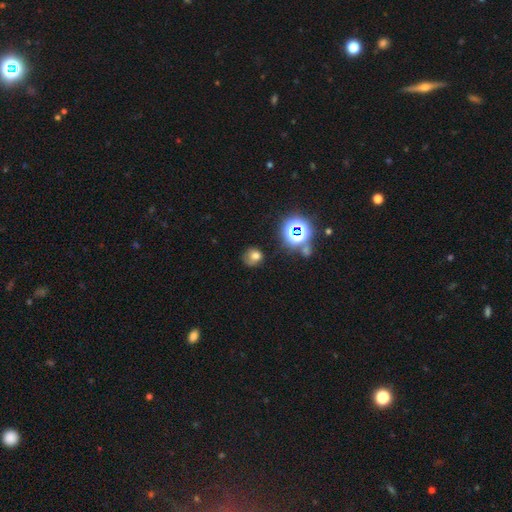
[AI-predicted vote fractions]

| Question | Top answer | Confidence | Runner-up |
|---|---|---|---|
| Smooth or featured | smooth | 65% | star or artifact (21%) |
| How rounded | round | 74% | in between (25%) |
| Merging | none | 54% | minor disturbance (27%) |